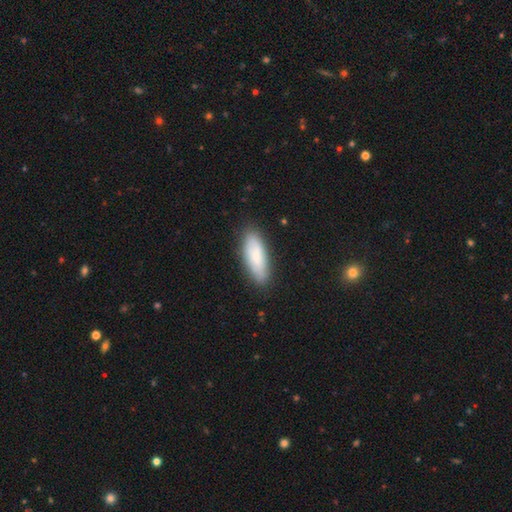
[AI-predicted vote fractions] The model was most divided on "how rounded": in between: 63%, cigar-shaped: 35%, round: 2%. More confident: merging — none (85%); smooth or featured — smooth (78%).